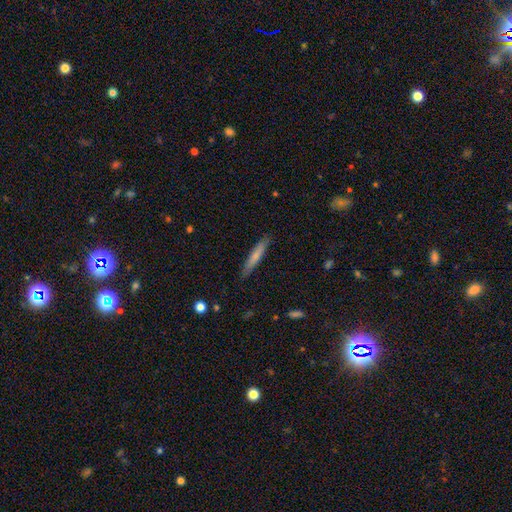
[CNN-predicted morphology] A smooth galaxy with no disk features (71%) that is cigar-shaped (93%). Merging: none (87%).